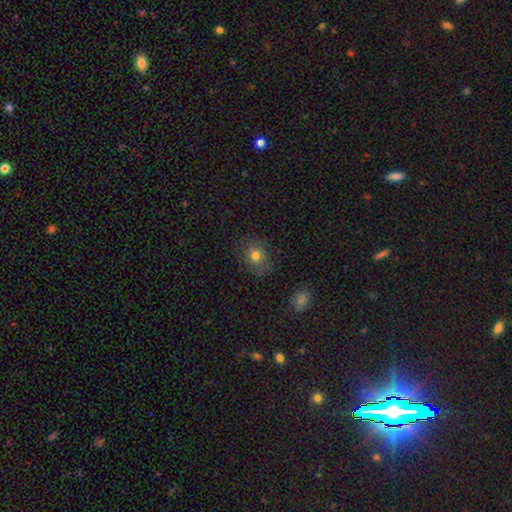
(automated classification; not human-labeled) smooth_or_featured: smooth (p=0.76) [alt: star or artifact p=0.13]
how_rounded: round (p=0.63) [alt: in between p=0.36]
merging: none (p=0.80) [alt: minor disturbance p=0.15]